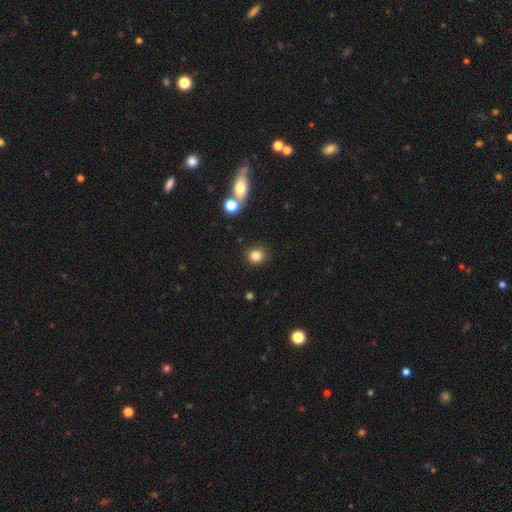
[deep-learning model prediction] smooth 84%, star or artifact 11%, featured or disk 5%. Down the decision tree: how rounded — round (84%); merging — none (85%).